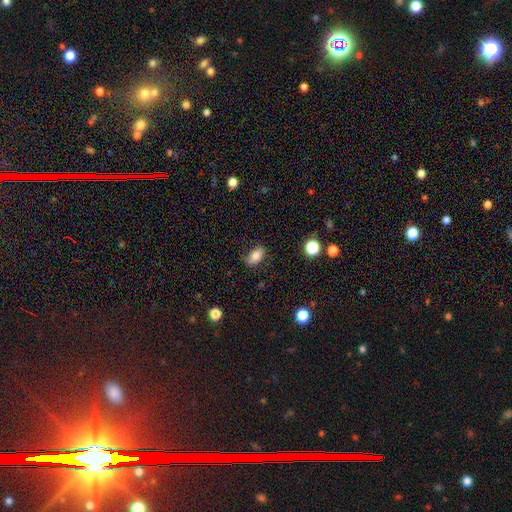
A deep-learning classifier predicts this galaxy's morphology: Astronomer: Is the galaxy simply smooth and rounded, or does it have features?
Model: smooth — 78%.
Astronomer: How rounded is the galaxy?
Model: in between — 88%.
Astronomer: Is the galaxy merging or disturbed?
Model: none — 71%.